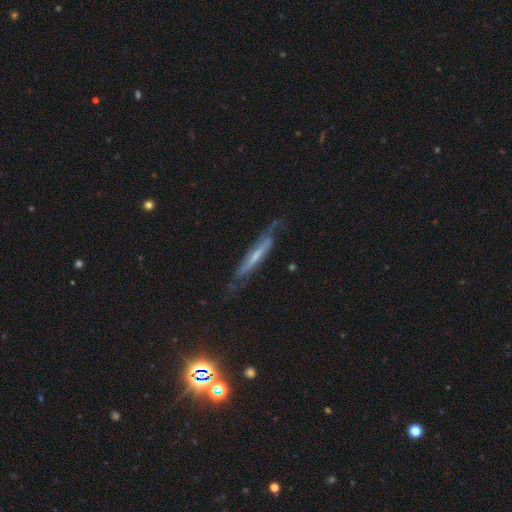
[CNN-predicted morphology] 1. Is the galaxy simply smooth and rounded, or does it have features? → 67% featured or disk, 25% smooth, 9% star or artifact.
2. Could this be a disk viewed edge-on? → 66% yes, 34% no.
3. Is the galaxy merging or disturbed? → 62% none, 24% minor disturbance, 11% major disturbance, 2% merger.